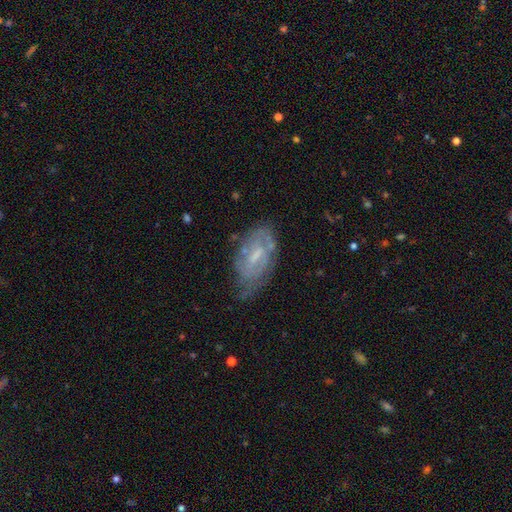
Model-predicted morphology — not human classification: The model was most divided on "bulge size": small: 43%, moderate: 34%, none: 19%, large: 3%, dominant: 1%. More confident: edge-on disk — no (93%); spiral arms — yes (70%); smooth or featured — featured or disk (68%); bar — weak (53%); merging — none (52%).